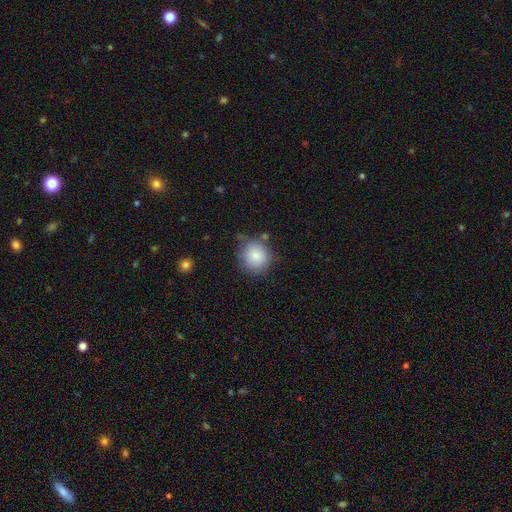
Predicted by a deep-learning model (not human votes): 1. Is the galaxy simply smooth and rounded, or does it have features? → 83% smooth, 8% featured or disk, 8% star or artifact.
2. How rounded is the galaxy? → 88% round, 11% in between, 1% cigar-shaped.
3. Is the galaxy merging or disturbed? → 73% none, 18% minor disturbance, 5% major disturbance, 4% merger.